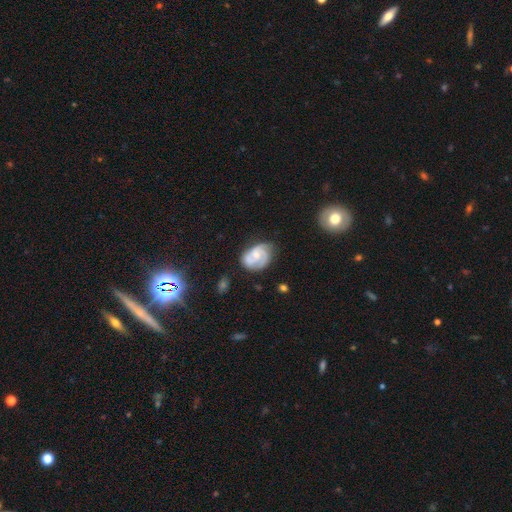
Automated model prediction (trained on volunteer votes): smooth_or_featured: featured or disk (p=0.71) [alt: smooth p=0.22]
disk_edge_on: no (p=0.97) [alt: yes p=0.03]
bar: no (p=0.67) [alt: weak p=0.28]
has_spiral_arms: yes (p=0.91) [alt: no p=0.09]
spiral_winding: tight (p=0.47) [alt: medium p=0.40]
spiral_arm_count: 2 (p=0.42) [alt: 3 p=0.30]
bulge_size: small (p=0.47) [alt: moderate p=0.43]
merging: none (p=0.59) [alt: minor disturbance p=0.27]